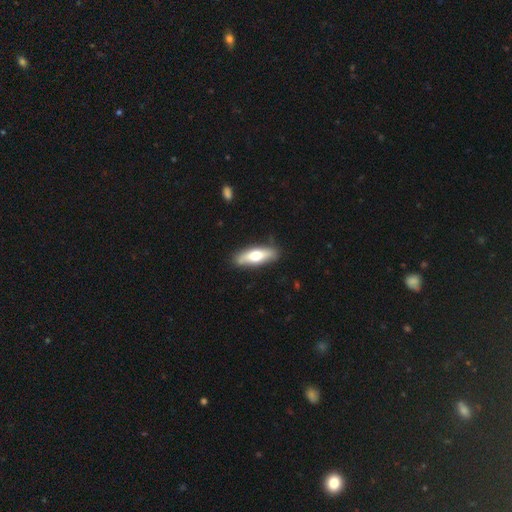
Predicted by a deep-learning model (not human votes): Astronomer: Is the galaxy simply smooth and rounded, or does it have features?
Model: smooth — 60% (runner-up: featured or disk, 35%).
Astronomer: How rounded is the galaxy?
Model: in between — 53% (runner-up: cigar-shaped, 45%).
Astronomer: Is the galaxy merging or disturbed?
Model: none — 85%.